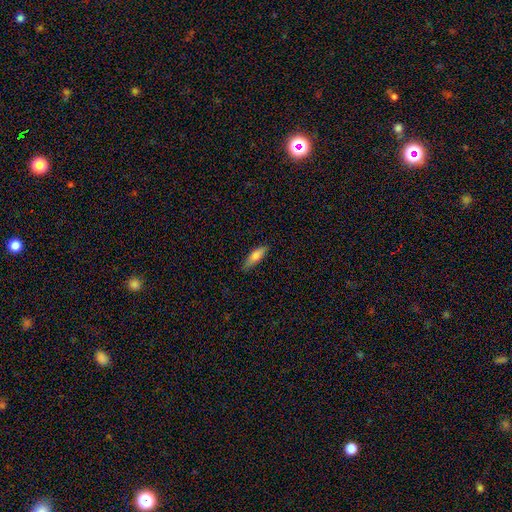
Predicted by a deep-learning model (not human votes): Smooth or featured?
  - smooth: 75% *
  - featured or disk: 18%
  - star or artifact: 7%
How rounded?
  - cigar-shaped: 49% * (tied)
  - in between: 49% * (tied)
  - round: 2%
Merging?
  - none: 82% *
  - minor disturbance: 15%
  - major disturbance: 3%
  - merger: 1%